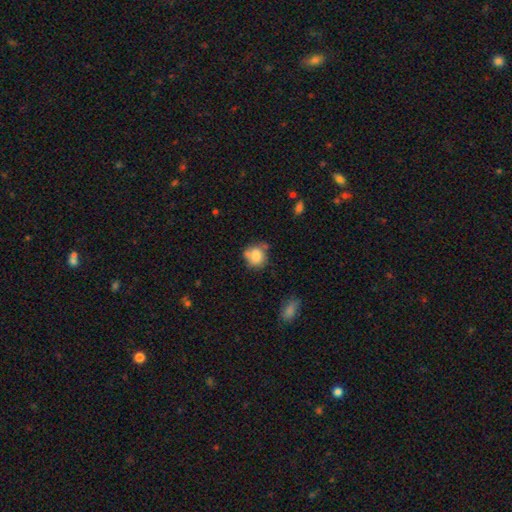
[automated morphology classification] type=smooth (76%); roundness=round (70%); merging=none (49%).